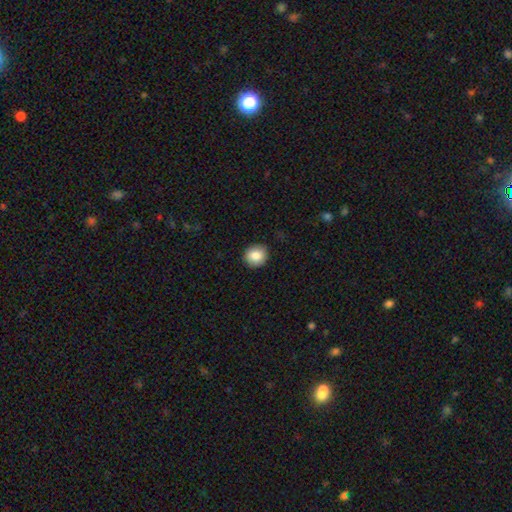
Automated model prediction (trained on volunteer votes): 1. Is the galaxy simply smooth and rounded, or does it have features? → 85% smooth, 8% star or artifact, 6% featured or disk.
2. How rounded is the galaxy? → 85% round, 14% in between, 1% cigar-shaped.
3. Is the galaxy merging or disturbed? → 90% none, 7% minor disturbance, 2% major disturbance, 1% merger.